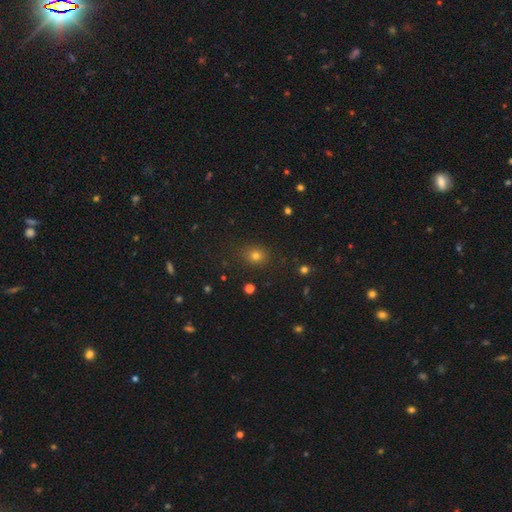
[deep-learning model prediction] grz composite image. It shows a smooth galaxy with no disk features (73%) that is round (64%). Merging: none (85%).